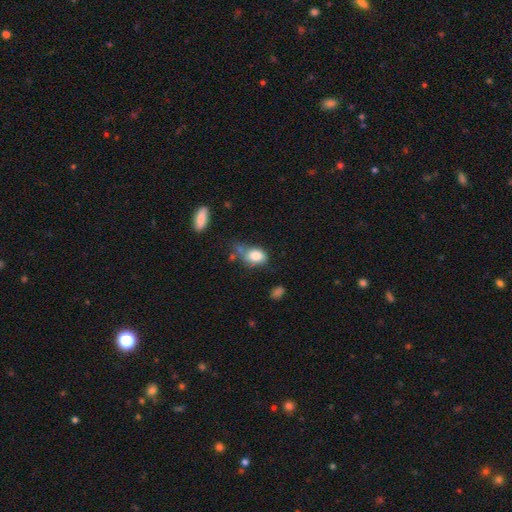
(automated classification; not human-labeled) This appears to be a smooth galaxy with no disk features (83%) that is in between round and cigar-shaped (79%). Merging: none (44%).